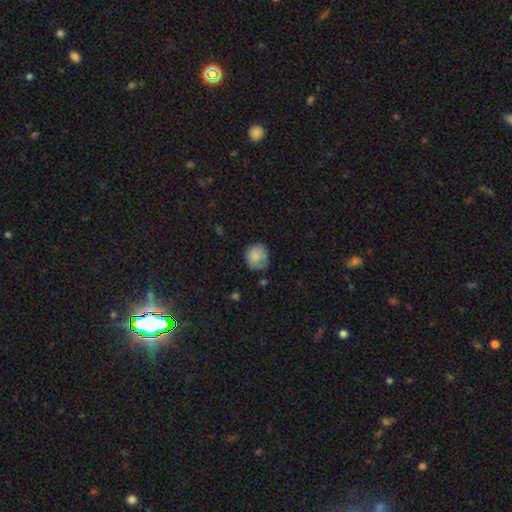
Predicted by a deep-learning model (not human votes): smooth 78%, featured or disk 14%, star or artifact 8%. Down the decision tree: how rounded — round (81%); merging — none (66%).